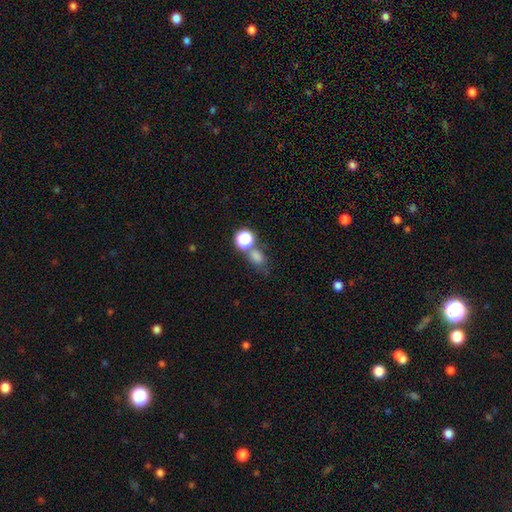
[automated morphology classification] This is likely a smooth galaxy (63%). How rounded: possibly round (56%). Merging: possibly none (56%).